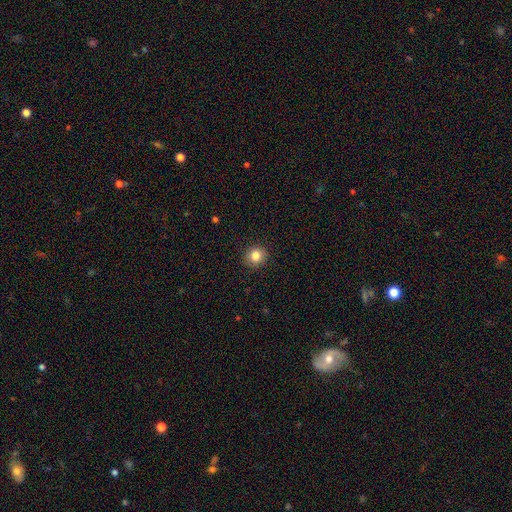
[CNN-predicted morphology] smooth_or_featured: smooth (p=0.83) [alt: star or artifact p=0.11]
how_rounded: round (p=0.89) [alt: in between p=0.10]
merging: none (p=0.91) [alt: minor disturbance p=0.06]